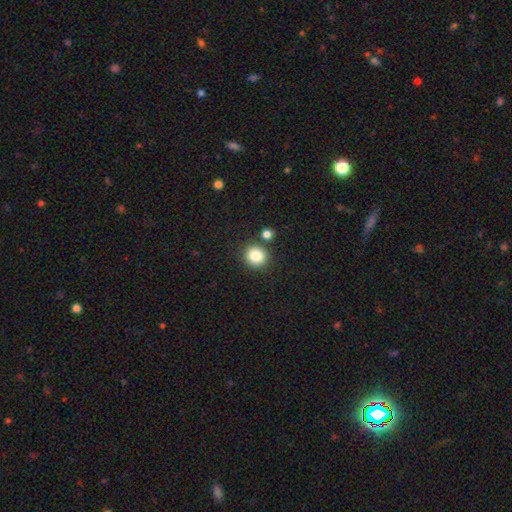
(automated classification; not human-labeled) Overall: smooth (84%). How rounded: round (89%). Merging: none (82%).